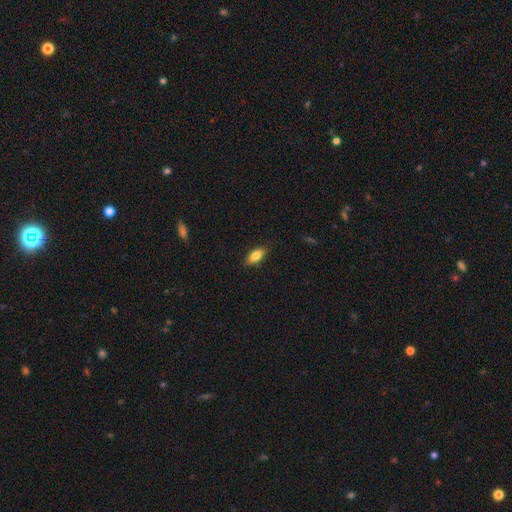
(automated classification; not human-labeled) Smooth or featured?
  - smooth: 82% *
  - featured or disk: 11%
  - star or artifact: 7%
How rounded?
  - in between: 83% *
  - cigar-shaped: 15%
  - round: 3%
Merging?
  - none: 86% *
  - minor disturbance: 11%
  - major disturbance: 2%
  - merger: 1%